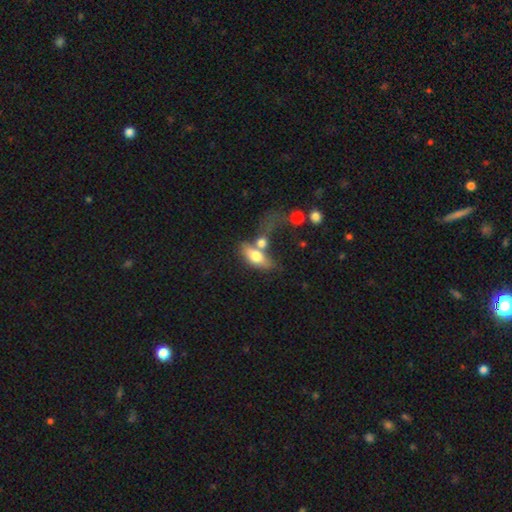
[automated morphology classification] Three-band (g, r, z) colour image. It shows a smooth galaxy with no disk features (66%) that is in between round and cigar-shaped (79%). Merging: merger (48%).